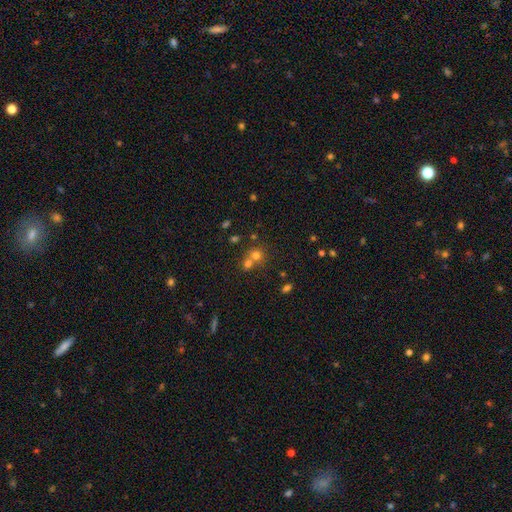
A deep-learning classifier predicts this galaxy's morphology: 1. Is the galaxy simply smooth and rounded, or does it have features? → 66% smooth, 20% star or artifact, 13% featured or disk.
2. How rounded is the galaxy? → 82% round, 17% in between, 1% cigar-shaped.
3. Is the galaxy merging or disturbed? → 52% merger, 40% none, 6% minor disturbance, 3% major disturbance.